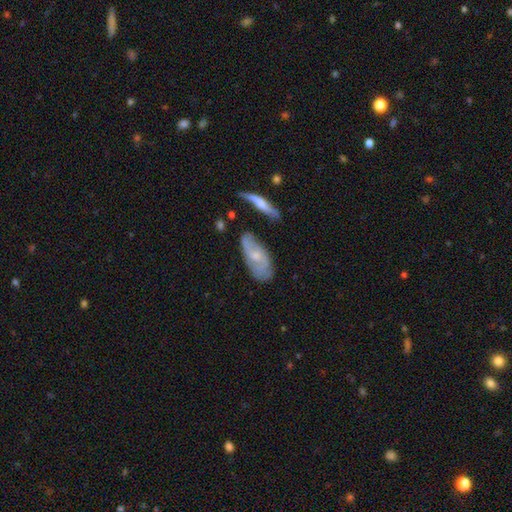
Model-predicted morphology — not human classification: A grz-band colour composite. It shows a featured or disk galaxy (62%) with no bar (65%), spiral arms (79%) and a small central bulge (53%). Merging: none (62%).